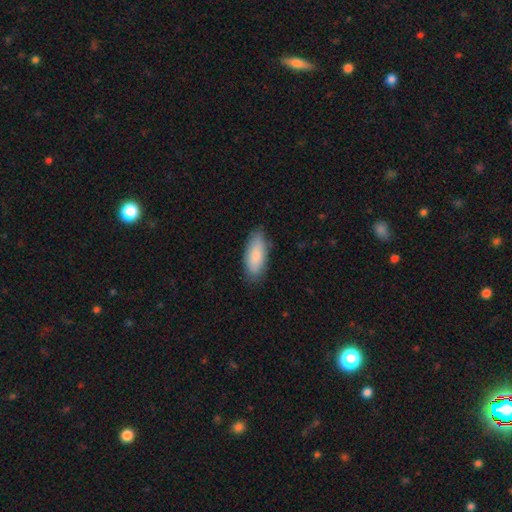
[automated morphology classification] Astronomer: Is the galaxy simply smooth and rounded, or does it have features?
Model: smooth — 85%.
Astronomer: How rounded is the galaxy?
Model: in between — 78%.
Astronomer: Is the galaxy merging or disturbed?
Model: none — 80%.